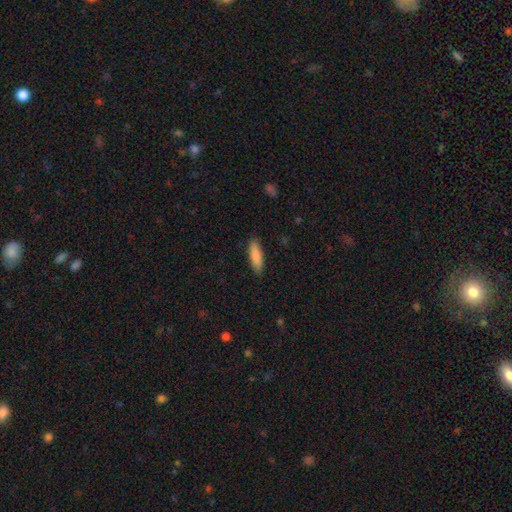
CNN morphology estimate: This appears to be a smooth galaxy with no disk features (88%) that is cigar-shaped (54%). Merging: none (87%).